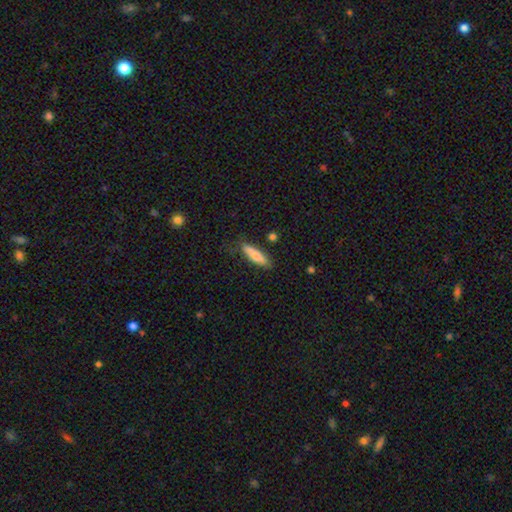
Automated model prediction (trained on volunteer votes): smooth_or_featured: smooth (p=0.71) [alt: featured or disk p=0.23]
how_rounded: cigar-shaped (p=0.57) [alt: in between p=0.41]
merging: none (p=0.74) [alt: minor disturbance p=0.19]